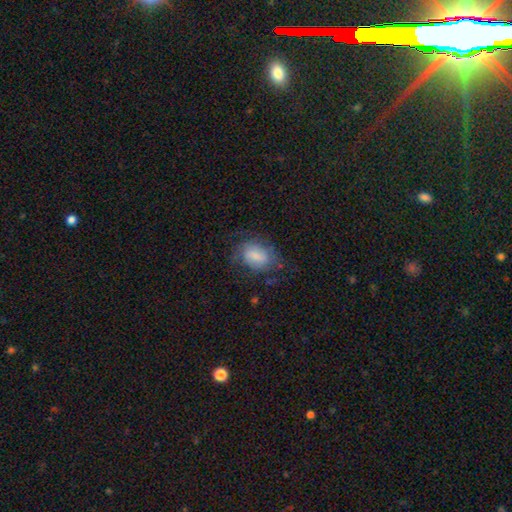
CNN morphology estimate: smooth 56%, featured or disk 36%, star or artifact 8%. Down the decision tree: how rounded — in between (77%); merging — none (52%).